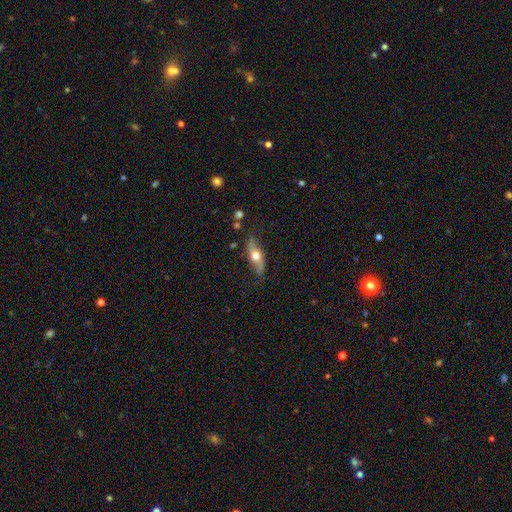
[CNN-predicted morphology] Q: Smooth or featured?
A: featured or disk (57%); runner-up: smooth (37%)
Q: Edge-on disk?
A: no (52%); runner-up: yes (48%)
Q: Merging?
A: none (74%); runner-up: minor disturbance (19%)